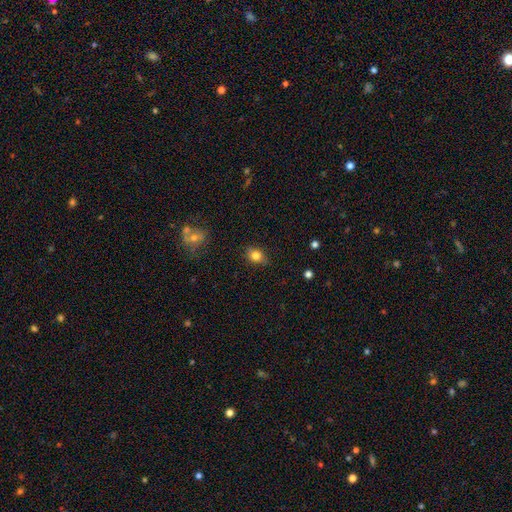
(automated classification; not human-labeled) smooth 79%, featured or disk 11%, star or artifact 10%. Down the decision tree: how rounded — in between (56%); merging — none (80%).